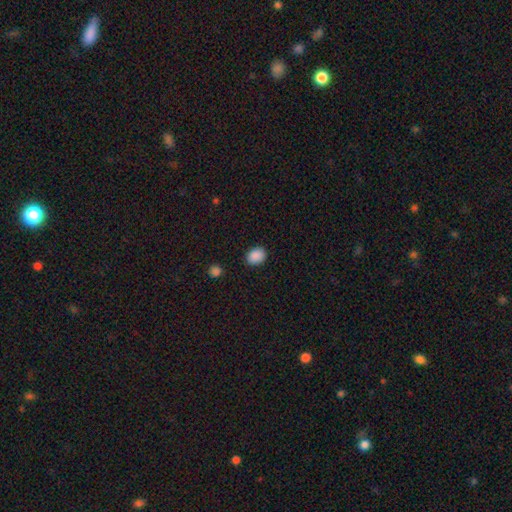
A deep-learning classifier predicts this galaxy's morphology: This is clearly a smooth galaxy (89%). How rounded: possibly in between (59%). Merging: clearly none (86%).